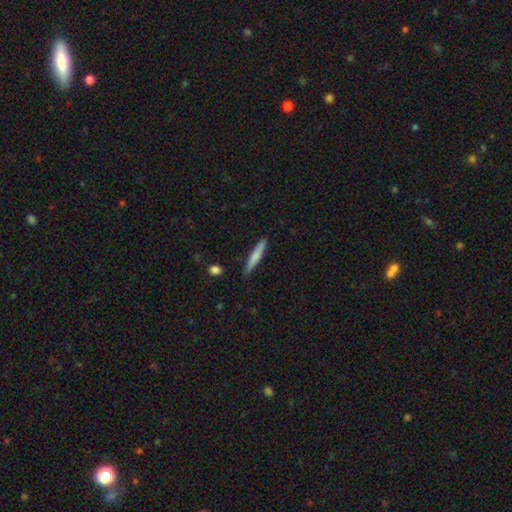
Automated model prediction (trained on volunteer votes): A smooth galaxy with no disk features (71%) that is cigar-shaped (93%). Merging: none (86%).